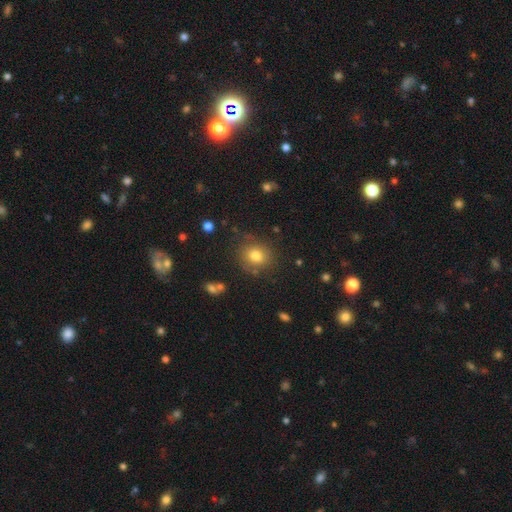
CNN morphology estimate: A smooth galaxy with no disk features (78%) that is round (78%). Merging: none (79%).